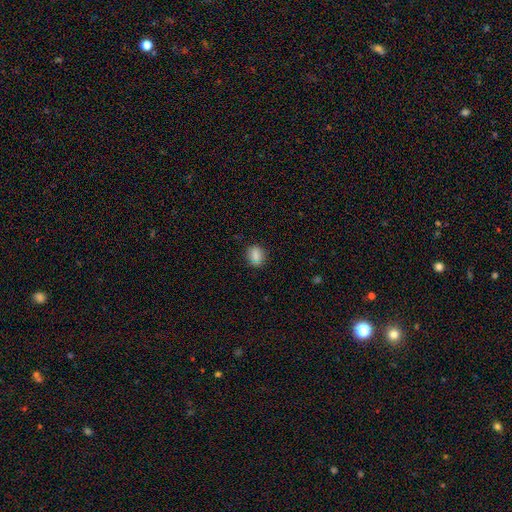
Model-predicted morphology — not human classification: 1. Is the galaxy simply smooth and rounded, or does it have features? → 81% smooth, 12% star or artifact, 7% featured or disk.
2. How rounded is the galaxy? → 64% round, 34% in between, 2% cigar-shaped.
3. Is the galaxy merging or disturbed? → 82% none, 13% minor disturbance, 3% major disturbance, 2% merger.